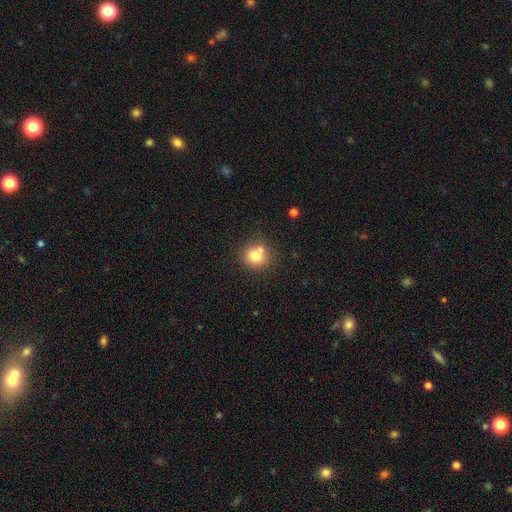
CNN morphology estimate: Smooth or featured? Predicted: smooth (p=0.76). How rounded? Predicted: round (p=0.85). Merging? Predicted: none (p=0.62).